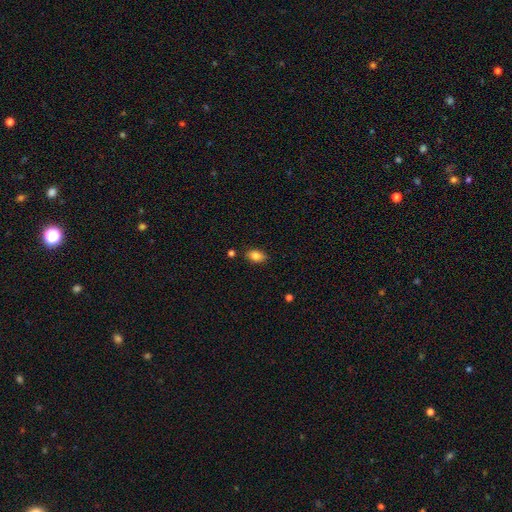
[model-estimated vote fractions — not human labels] The model was most divided on "merging": none: 82%, minor disturbance: 12%, merger: 3%, major disturbance: 3%. More confident: how rounded — in between (88%); smooth or featured — smooth (85%).